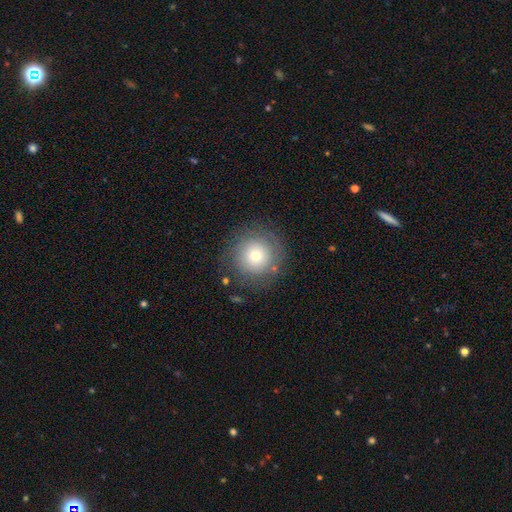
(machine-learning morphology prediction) Smooth or featured? smooth (64%)
How rounded? round (95%)
Merging? none (83%)